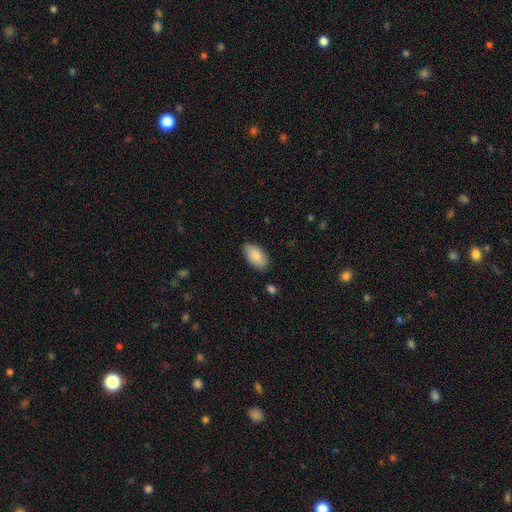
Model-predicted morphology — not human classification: The model was most divided on "merging": none: 82%, minor disturbance: 14%, major disturbance: 3%, merger: 1%. More confident: how rounded — in between (95%); smooth or featured — smooth (85%).